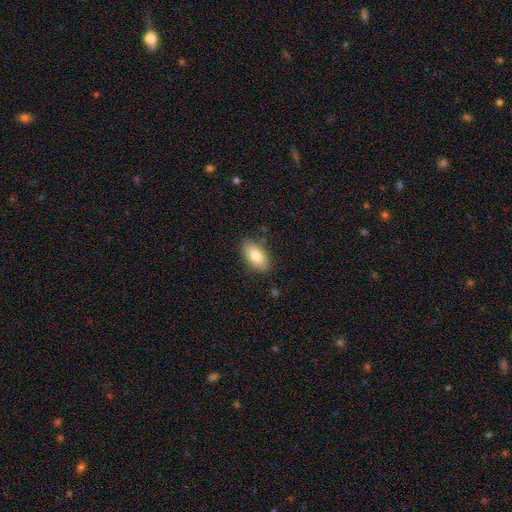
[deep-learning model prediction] Smooth or featured: smooth — 79% (featured or disk — 14%)
How rounded: in between — 92% (round — 4%)
Merging: none — 83% (minor disturbance — 12%)